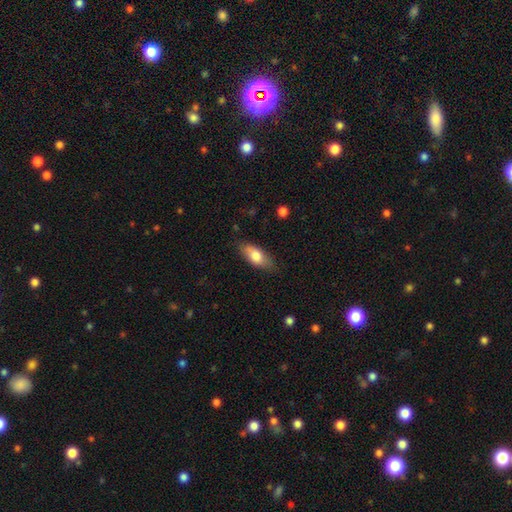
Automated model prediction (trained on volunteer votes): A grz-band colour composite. It shows a smooth galaxy with no disk features (75%) that is in between round and cigar-shaped (81%). Merging: none (80%).